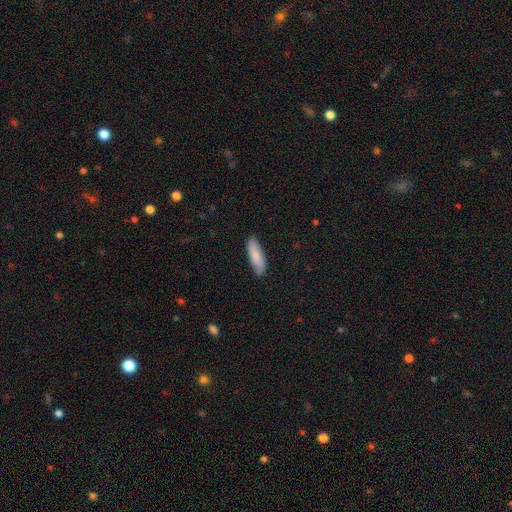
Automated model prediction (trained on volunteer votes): A smooth galaxy with no disk features (82%) that is cigar-shaped (54%). Merging: none (85%).